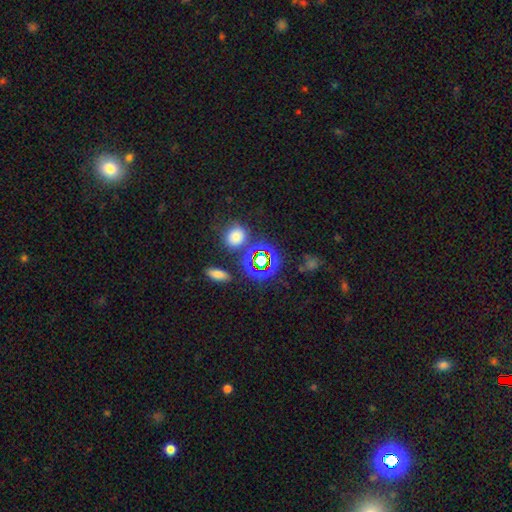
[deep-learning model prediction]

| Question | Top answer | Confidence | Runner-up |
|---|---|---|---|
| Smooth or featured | star or artifact | 57% | smooth (33%) |